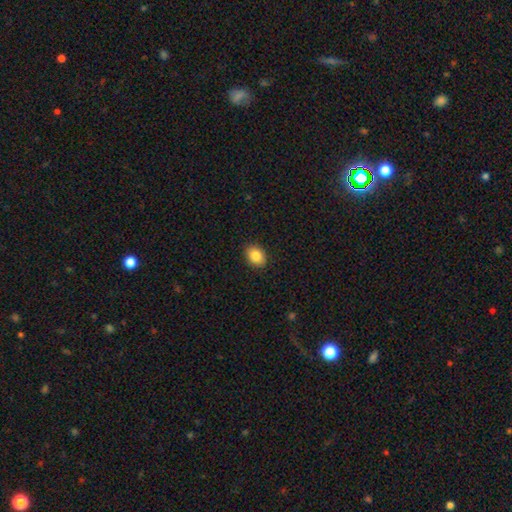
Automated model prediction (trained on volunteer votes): Smooth or featured: smooth — 86% (star or artifact — 8%)
How rounded: in between — 71% (round — 28%)
Merging: none — 90% (minor disturbance — 8%)